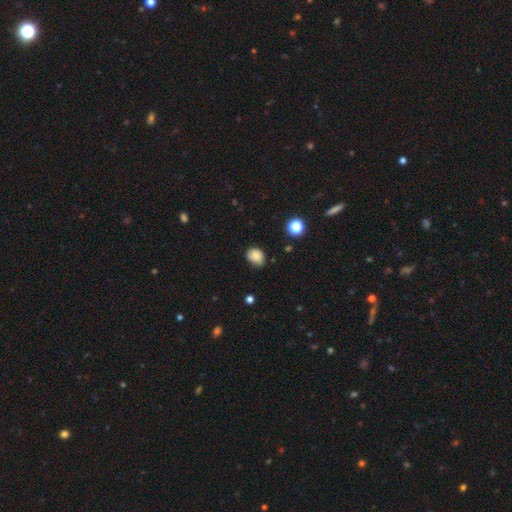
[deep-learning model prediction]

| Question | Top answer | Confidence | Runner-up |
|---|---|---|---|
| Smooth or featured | smooth | 84% | star or artifact (10%) |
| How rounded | in between | 56% | round (43%) |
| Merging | none | 64% | minor disturbance (30%) |